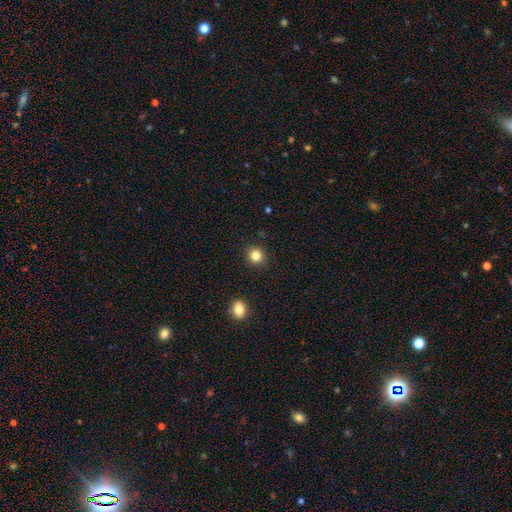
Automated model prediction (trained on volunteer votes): This is clearly a smooth galaxy (83%). How rounded: clearly round (85%). Merging: clearly none (91%).